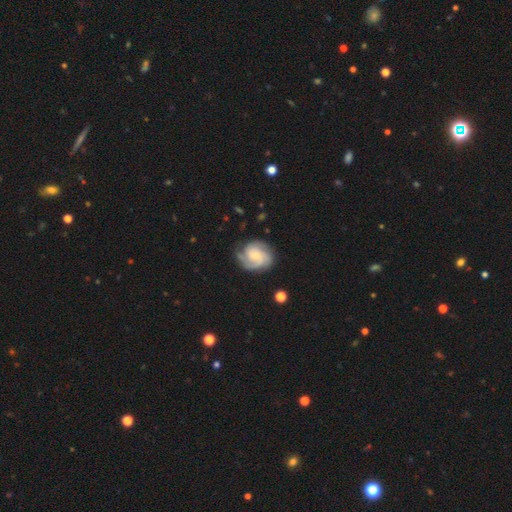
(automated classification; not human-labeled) A featured or disk galaxy (82%) with no bar (65%), 3 (45%) tight (54%) spiral arms (97%) and a small central bulge (59%).

Vote fractions:
- Smooth or featured? featured or disk: 82% / smooth: 13% / star or artifact: 5%
- Edge-on disk? no: 98% / yes: 2%
- Bar? no: 65% / weak: 31% / strong: 5%
- Spiral arms? yes: 97% / no: 3%
- Spiral winding? tight: 54% / medium: 38% / loose: 9%
- Spiral arm count? 3: 45% / 2: 23% / can't tell: 15% / 4: 7% / 1: 5% / more than 4: 4%
- Bulge size? small: 59% / moderate: 29% / none: 8% / large: 3% / dominant: 1%
- Merging? none: 73% / minor disturbance: 18% / major disturbance: 7% / merger: 1%